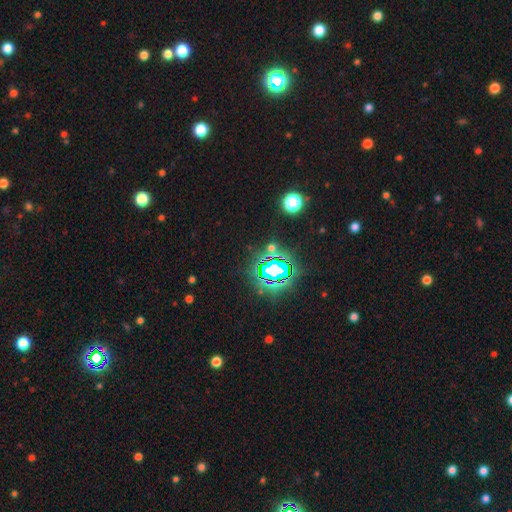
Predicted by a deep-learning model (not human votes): Morphology: type=star or artifact (82%).